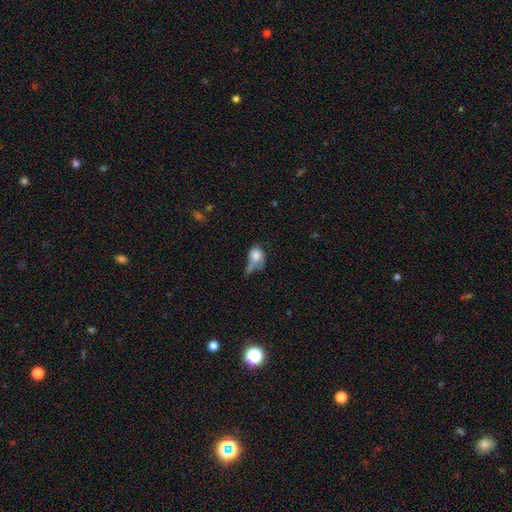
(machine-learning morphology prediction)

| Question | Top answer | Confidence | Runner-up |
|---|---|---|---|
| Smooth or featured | smooth | 76% | featured or disk (15%) |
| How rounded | round | 51% | in between (47%) |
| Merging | none | 28% | merger (26%) |